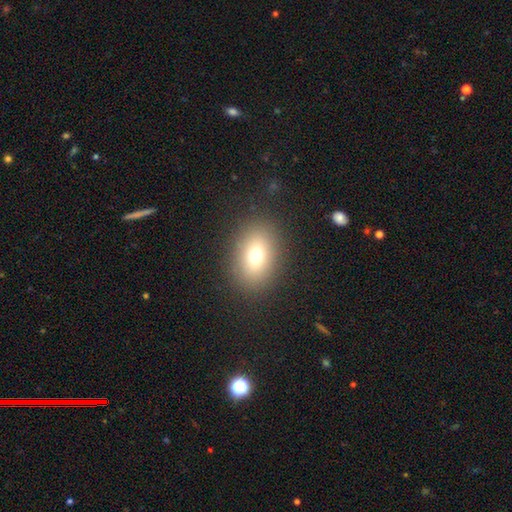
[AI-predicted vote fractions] Smooth or featured? smooth (72%)
How rounded? in between (68%)
Merging? none (87%)